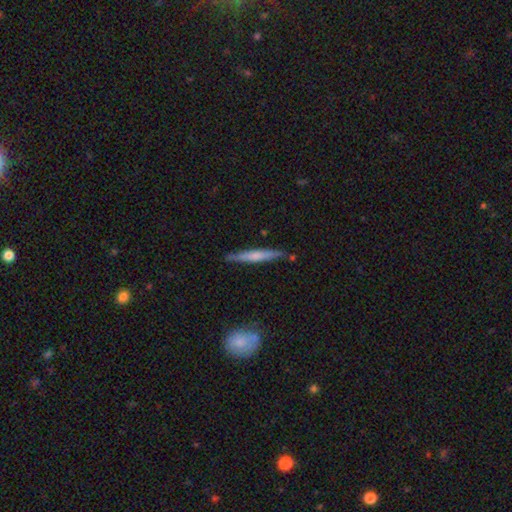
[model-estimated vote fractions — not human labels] The model was most divided on "smooth or featured": smooth: 53%, featured or disk: 41%, star or artifact: 6%. More confident: how rounded — cigar-shaped (95%); merging — none (84%).